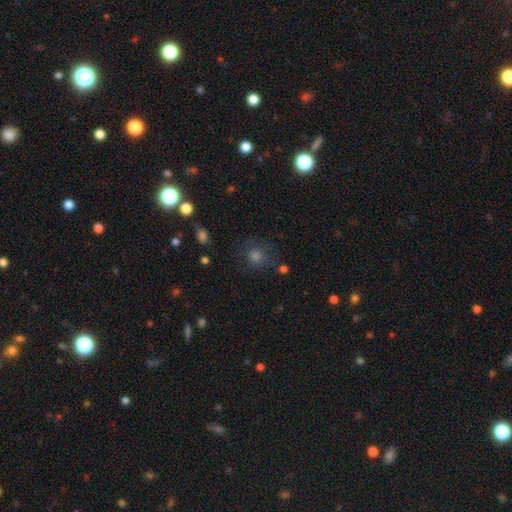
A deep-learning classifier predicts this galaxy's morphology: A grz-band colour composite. It shows a smooth galaxy with no disk features (57%) that is round (87%). Merging: none (80%).